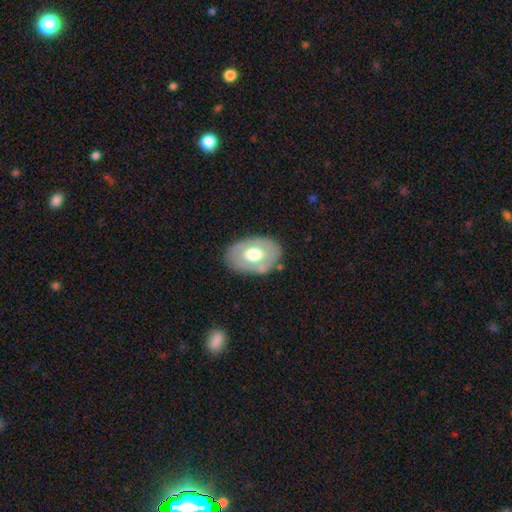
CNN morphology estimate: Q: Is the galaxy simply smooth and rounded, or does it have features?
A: featured or disk — 52%.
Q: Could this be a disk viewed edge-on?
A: no — 91%.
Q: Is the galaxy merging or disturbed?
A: none — 82%.